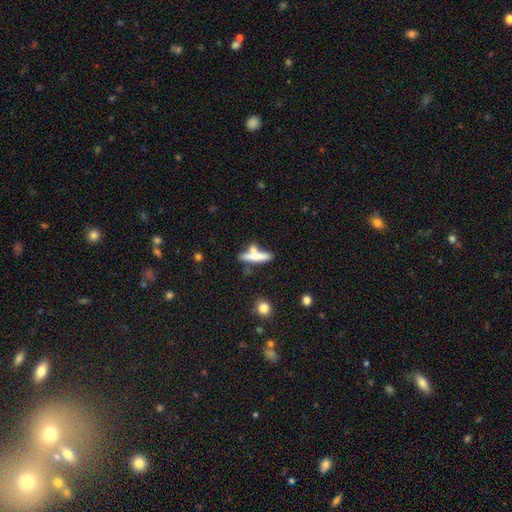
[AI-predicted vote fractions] A smooth galaxy with no disk features (65%) that is cigar-shaped (81%). Merging: none (49%).